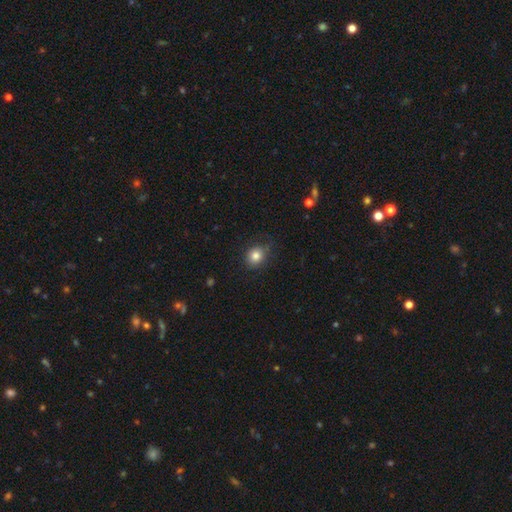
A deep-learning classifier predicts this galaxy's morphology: Q: Smooth or featured?
A: smooth (82%); runner-up: star or artifact (11%)
Q: How rounded?
A: round (72%); runner-up: in between (27%)
Q: Merging?
A: none (77%); runner-up: minor disturbance (17%)